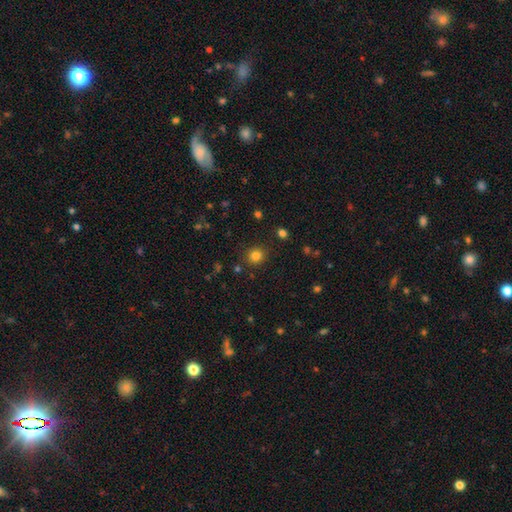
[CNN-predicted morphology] This appears to be a smooth galaxy with no disk features (81%) that is round (87%). Merging: none (88%).